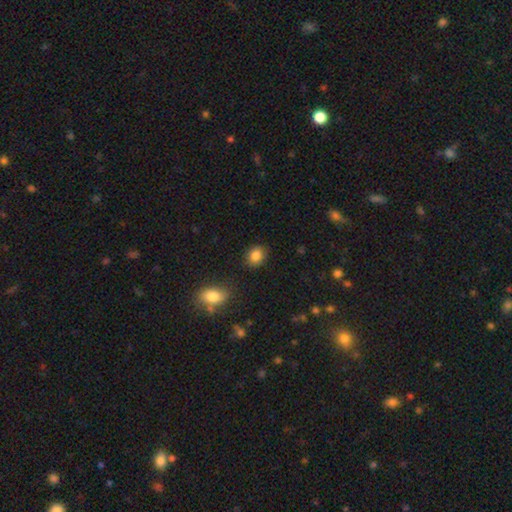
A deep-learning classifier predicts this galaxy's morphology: type=smooth (85%); roundness=round (53%); merging=none (84%).